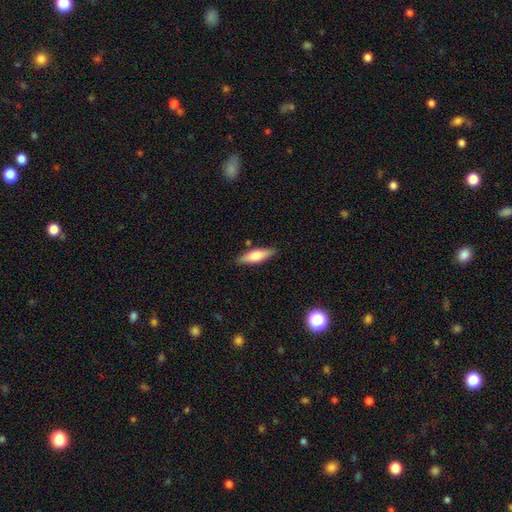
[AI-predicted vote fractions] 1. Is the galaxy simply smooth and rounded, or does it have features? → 64% smooth, 30% featured or disk, 6% star or artifact.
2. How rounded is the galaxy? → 54% cigar-shaped, 44% in between, 2% round.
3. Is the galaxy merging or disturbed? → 86% none, 10% minor disturbance, 2% merger, 2% major disturbance.